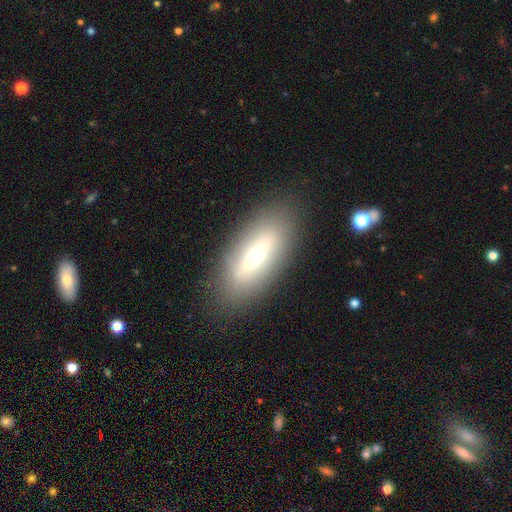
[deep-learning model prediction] Smooth or featured?
  - smooth: 61% *
  - featured or disk: 31%
  - star or artifact: 8%
How rounded?
  - in between: 72% *
  - cigar-shaped: 26%
  - round: 2%
Merging?
  - none: 83% *
  - minor disturbance: 11%
  - major disturbance: 4%
  - merger: 1%